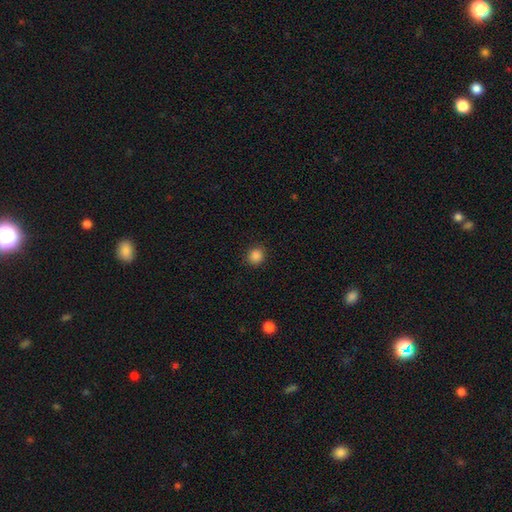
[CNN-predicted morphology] Smooth or featured: smooth — 86% (star or artifact — 11%)
How rounded: round — 88% (in between — 11%)
Merging: none — 90% (minor disturbance — 7%)